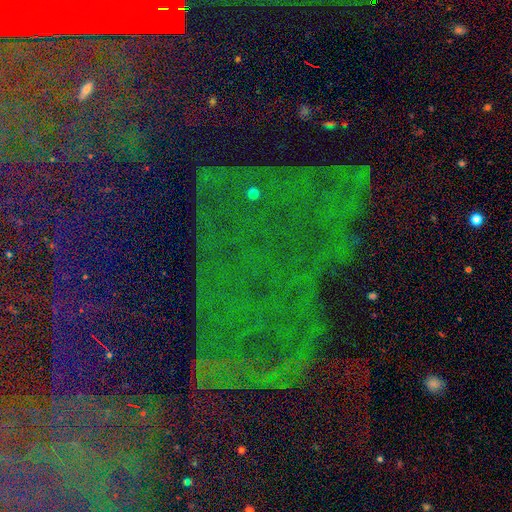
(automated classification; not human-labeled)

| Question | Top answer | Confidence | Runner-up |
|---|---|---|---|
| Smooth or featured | star or artifact | 82% | featured or disk (9%) |